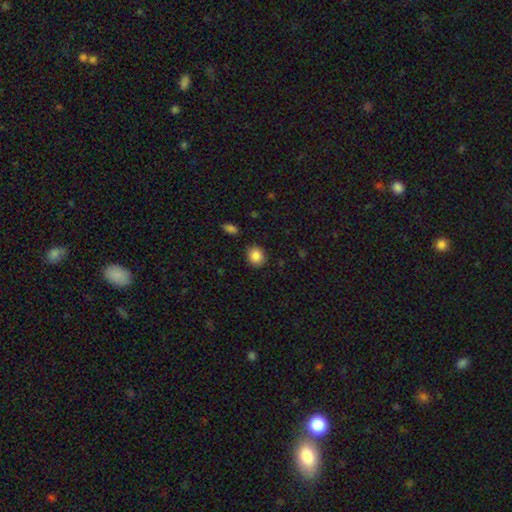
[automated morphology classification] This is clearly a smooth galaxy (87%). How rounded: likely round (71%). Merging: clearly none (88%).